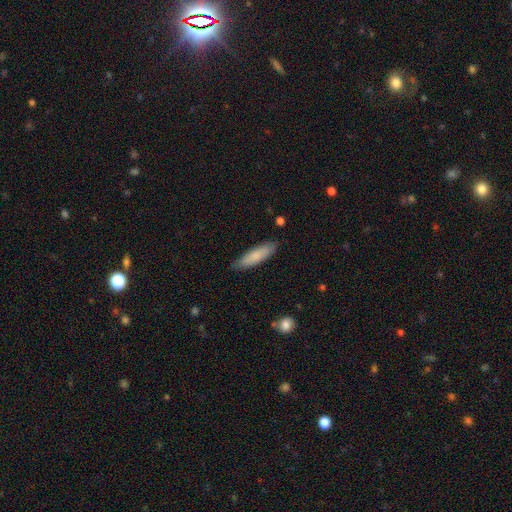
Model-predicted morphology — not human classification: Smooth or featured? smooth (80%)
How rounded? cigar-shaped (70%)
Merging? none (85%)